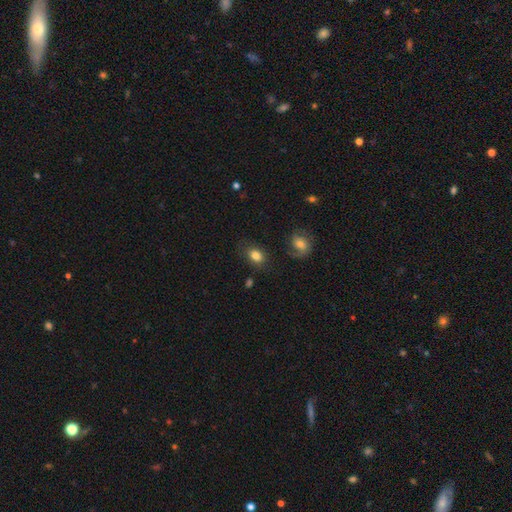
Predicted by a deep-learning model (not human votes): smooth-or-featured: smooth: 81% | featured or disk: 10% | star or artifact: 9%
  how-rounded: in between: 72% | round: 27% | cigar-shaped: 1%
  merging: none: 75% | minor disturbance: 16% | major disturbance: 6% | merger: 4%